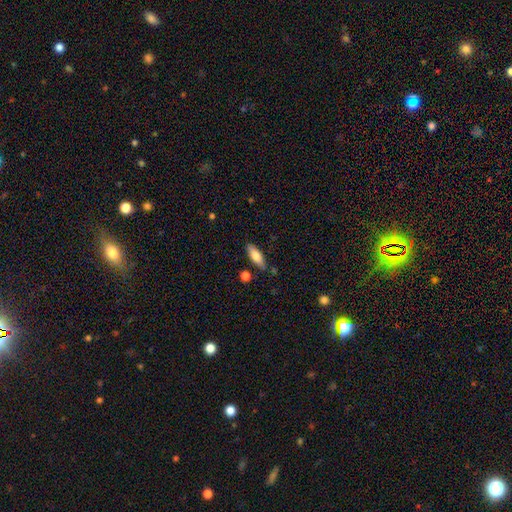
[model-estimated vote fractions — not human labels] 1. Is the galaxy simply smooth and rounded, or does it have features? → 75% smooth, 19% featured or disk, 6% star or artifact.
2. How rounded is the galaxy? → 57% in between, 41% cigar-shaped, 2% round.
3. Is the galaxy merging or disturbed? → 81% none, 13% minor disturbance, 4% merger, 3% major disturbance.